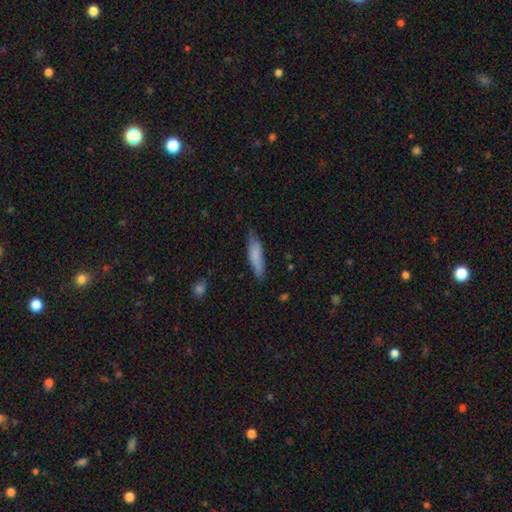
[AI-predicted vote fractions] Morphology: type=smooth (76%); roundness=cigar-shaped (73%); merging=none (72%).